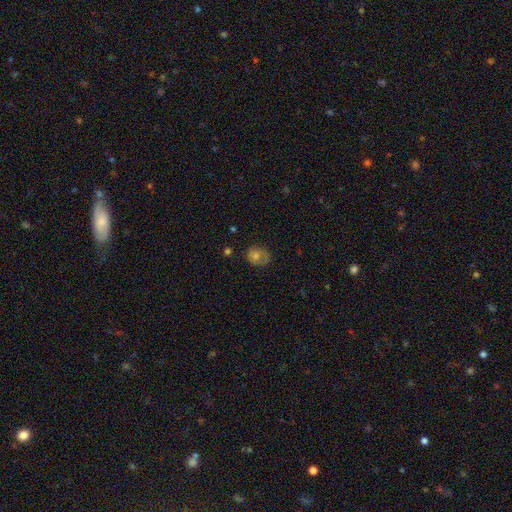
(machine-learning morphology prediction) Smooth or featured: smooth — 54% (featured or disk — 31%)
How rounded: round — 67% (in between — 32%)
Merging: none — 64% (minor disturbance — 23%)